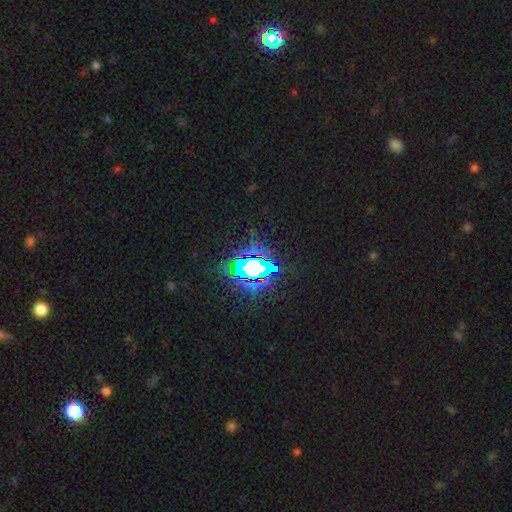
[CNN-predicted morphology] Smooth or featured?
  - star or artifact: 82% *
  - smooth: 11%
  - featured or disk: 7%